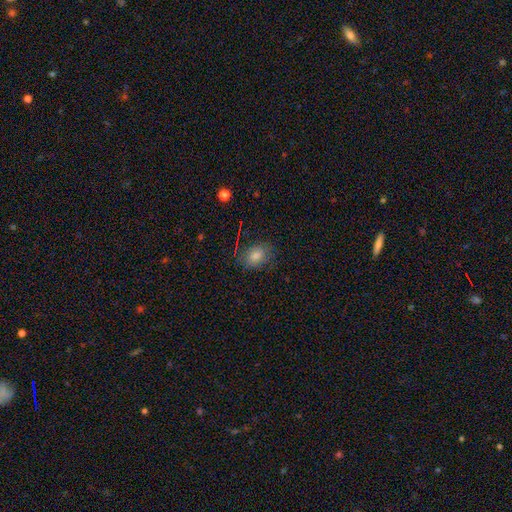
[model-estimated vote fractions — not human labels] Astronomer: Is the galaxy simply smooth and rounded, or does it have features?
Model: smooth — 75%.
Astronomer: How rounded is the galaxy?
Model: in between — 60% (runner-up: round, 38%).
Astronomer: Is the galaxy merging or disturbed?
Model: none — 79%.